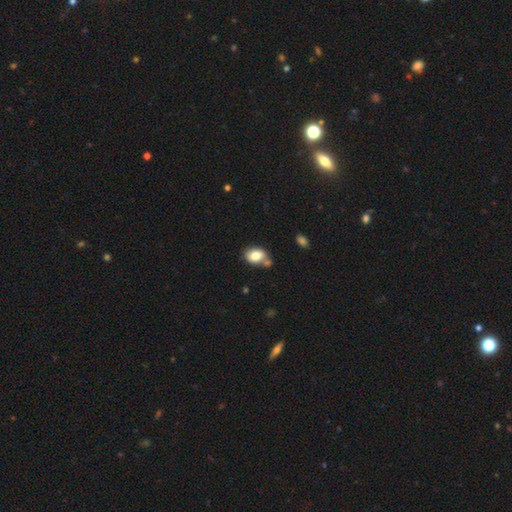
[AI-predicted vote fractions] smooth 79%, featured or disk 12%, star or artifact 8%. Down the decision tree: how rounded — in between (72%); merging — none (51%).